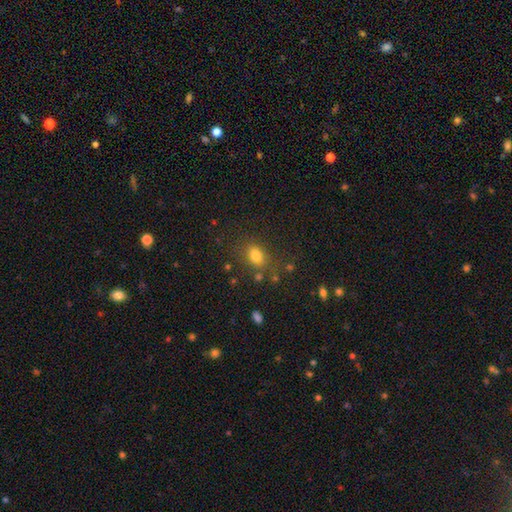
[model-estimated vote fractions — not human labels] smooth-or-featured: smooth: 78% | star or artifact: 14% | featured or disk: 9%
  how-rounded: in between: 65% | round: 33% | cigar-shaped: 2%
  merging: none: 74% | minor disturbance: 15% | major disturbance: 6% | merger: 5%